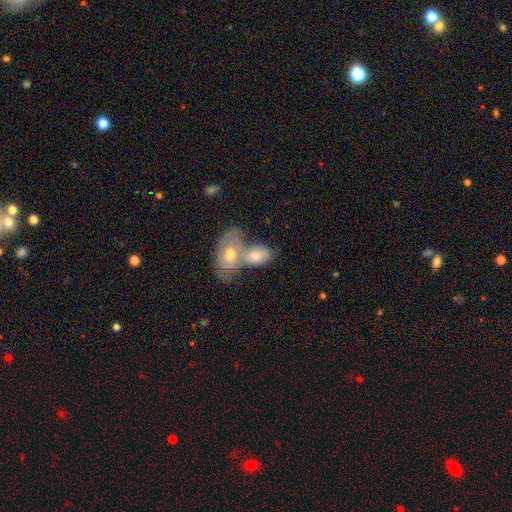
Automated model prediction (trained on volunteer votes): Smooth or featured: smooth — 56% (featured or disk — 38%)
How rounded: in between — 88% (round — 10%)
Merging: merger — 66% (none — 20%)